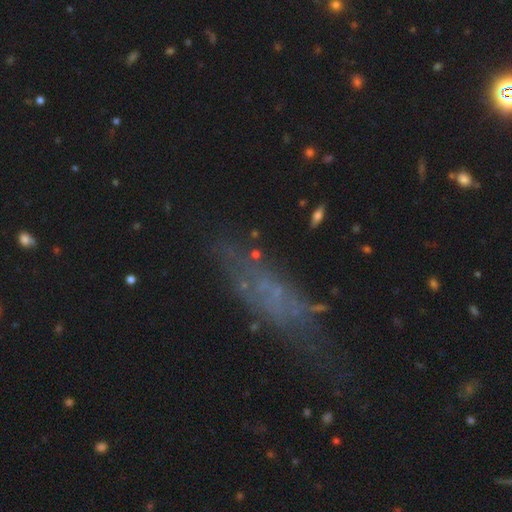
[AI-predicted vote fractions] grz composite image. It shows a featured or disk galaxy (41%). Merging: none (61%).